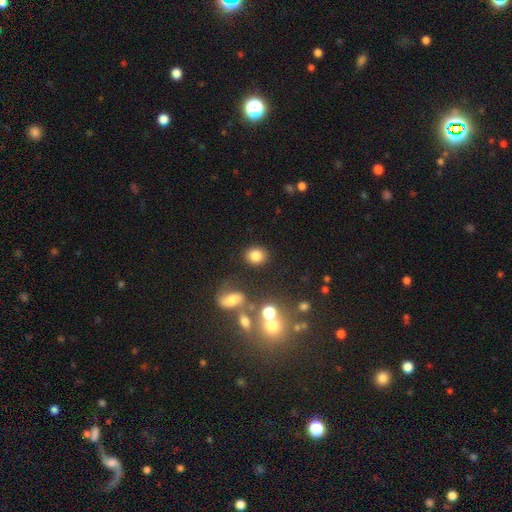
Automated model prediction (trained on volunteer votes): Smooth or featured? smooth (80%)
How rounded? round (71%)
Merging? none (82%)